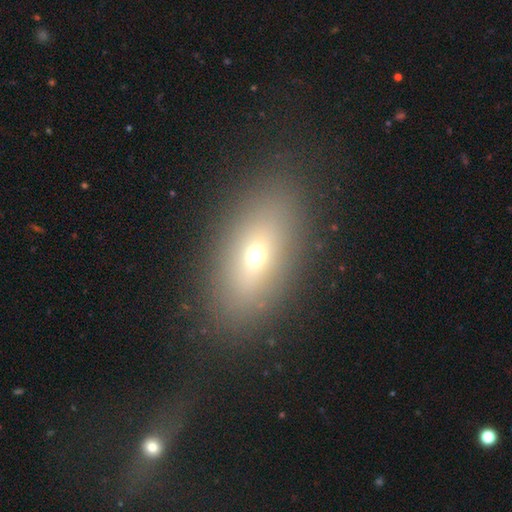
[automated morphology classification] Smooth or featured: smooth — 63% (featured or disk — 23%)
How rounded: in between — 81% (cigar-shaped — 10%)
Merging: none — 83% (minor disturbance — 10%)